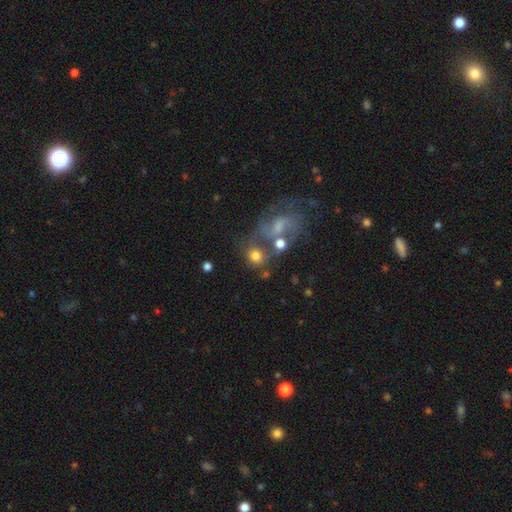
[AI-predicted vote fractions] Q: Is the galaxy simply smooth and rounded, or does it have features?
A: smooth — 69%.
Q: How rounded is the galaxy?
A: round — 79%.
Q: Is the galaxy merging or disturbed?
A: none — 45%.